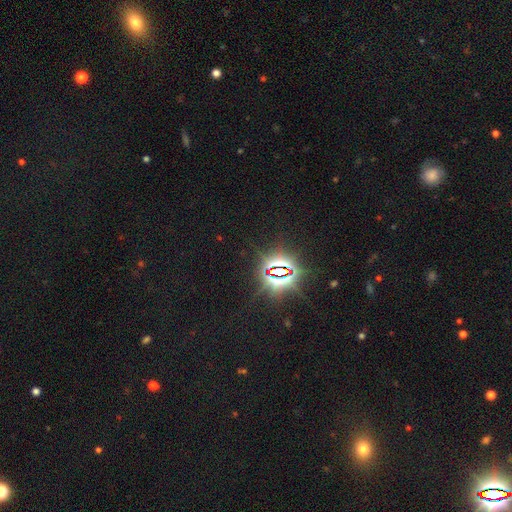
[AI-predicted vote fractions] star or artifact 82%, smooth 12%, featured or disk 7%.